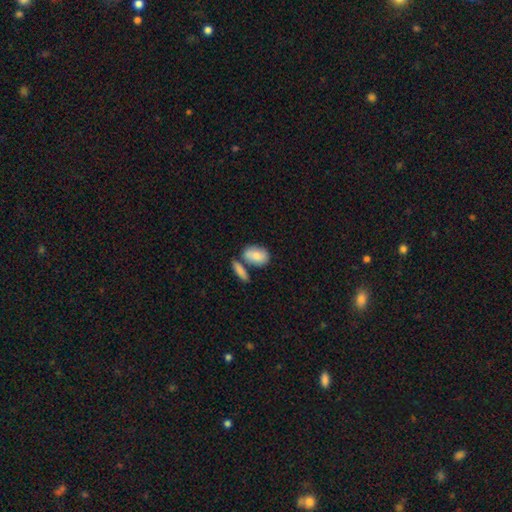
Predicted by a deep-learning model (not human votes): Smooth or featured: smooth — 80% (featured or disk — 14%)
How rounded: in between — 84% (round — 11%)
Merging: none — 51% (merger — 30%)